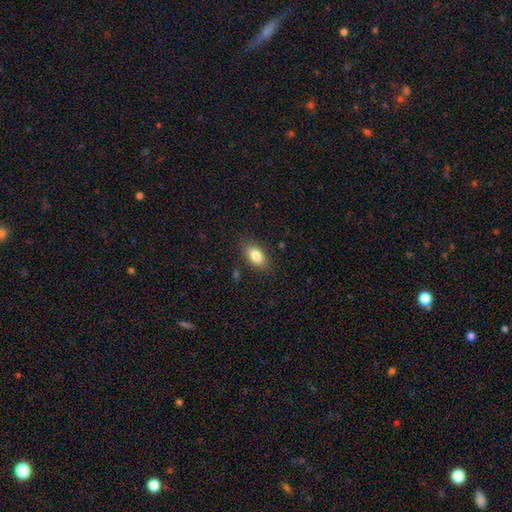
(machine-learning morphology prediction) smooth_or_featured: smooth (p=0.82) [alt: featured or disk p=0.10]
how_rounded: in between (p=0.88) [alt: round p=0.07]
merging: none (p=0.83) [alt: minor disturbance p=0.12]